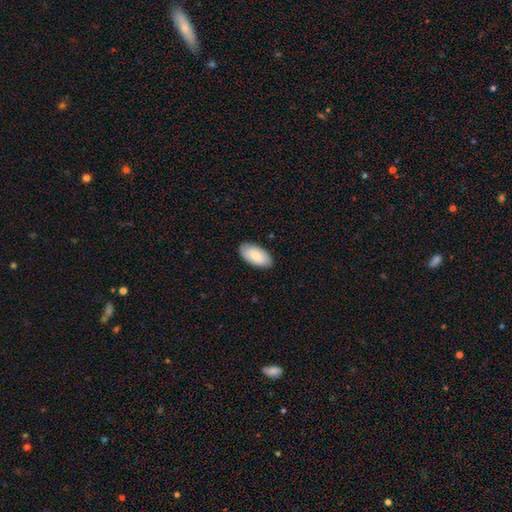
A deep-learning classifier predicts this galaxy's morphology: The model was most divided on "smooth or featured": smooth: 80%, featured or disk: 15%, star or artifact: 6%. More confident: how rounded — in between (95%); merging — none (88%).